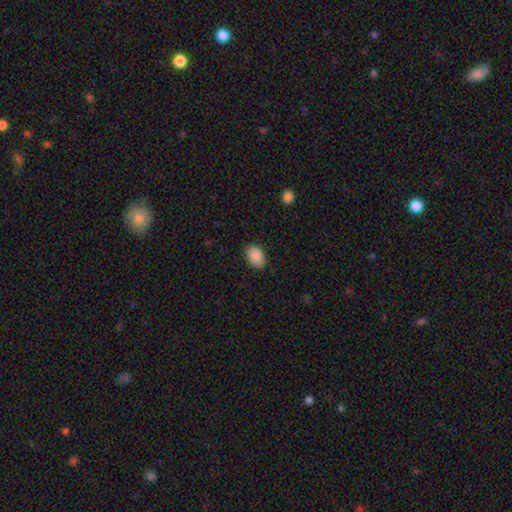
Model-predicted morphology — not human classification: type=smooth (89%); roundness=in between (88%); merging=none (85%).